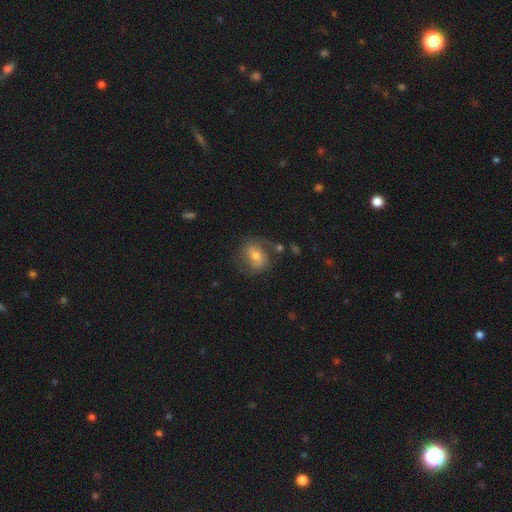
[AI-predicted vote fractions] smooth_or_featured: featured or disk (p=0.61) [alt: smooth p=0.30]
disk_edge_on: no (p=0.96) [alt: yes p=0.04]
bar: weak (p=0.43) [alt: no p=0.34]
has_spiral_arms: yes (p=0.82) [alt: no p=0.18]
bulge_size: moderate (p=0.63) [alt: small p=0.30]
merging: none (p=0.62) [alt: minor disturbance p=0.20]